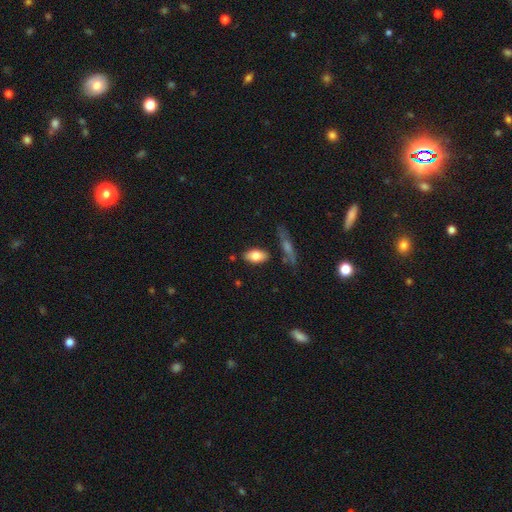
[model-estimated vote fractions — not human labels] smooth 77%, featured or disk 16%, star or artifact 7%. Down the decision tree: how rounded — in between (88%); merging — none (79%).